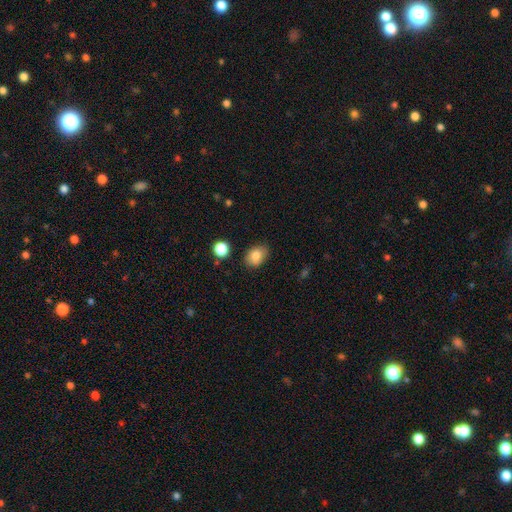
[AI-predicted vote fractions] Overall: smooth (82%). How rounded: in between (69%; round 30%). Merging: none (82%).